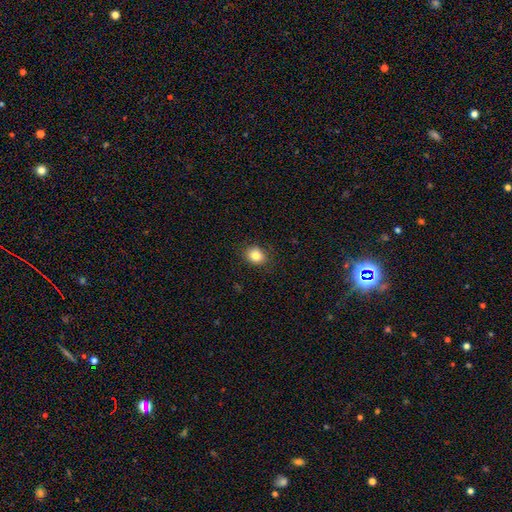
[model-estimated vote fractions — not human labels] Overall: smooth (83%). How rounded: round (56%; in between 43%). Merging: none (86%).